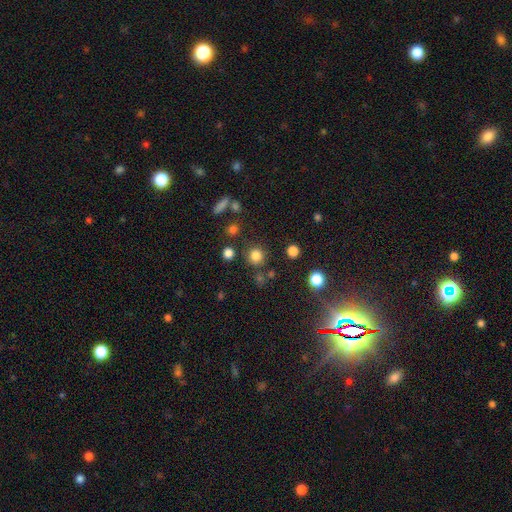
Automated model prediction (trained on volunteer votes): Smooth or featured: smooth — 80% (star or artifact — 15%)
How rounded: round — 93% (in between — 6%)
Merging: none — 83% (minor disturbance — 8%)